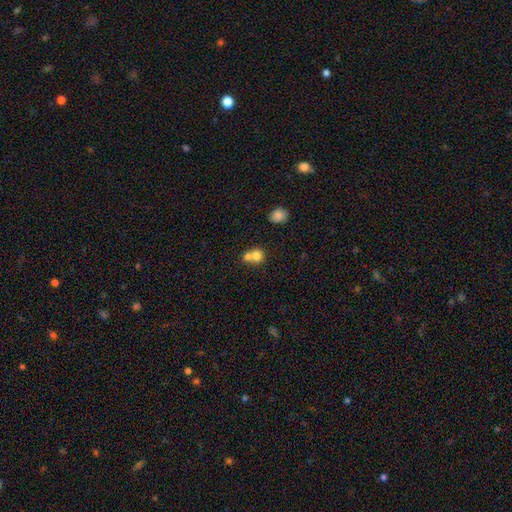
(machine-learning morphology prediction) smooth-or-featured: smooth: 75% | featured or disk: 14% | star or artifact: 11%
  how-rounded: round: 81% | in between: 18% | cigar-shaped: 1%
  merging: merger: 59% | none: 33% | minor disturbance: 6% | major disturbance: 2%